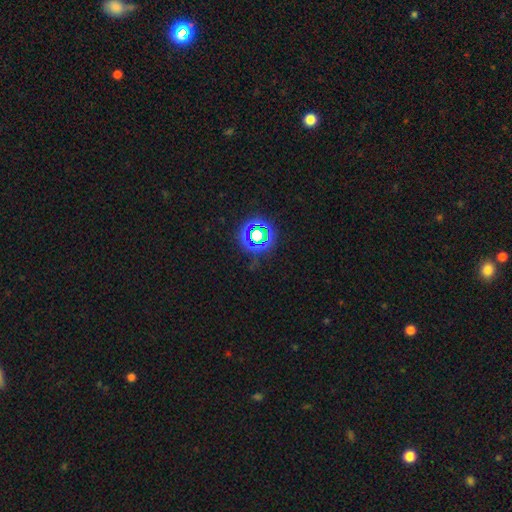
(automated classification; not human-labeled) Overall: star or artifact (77%).